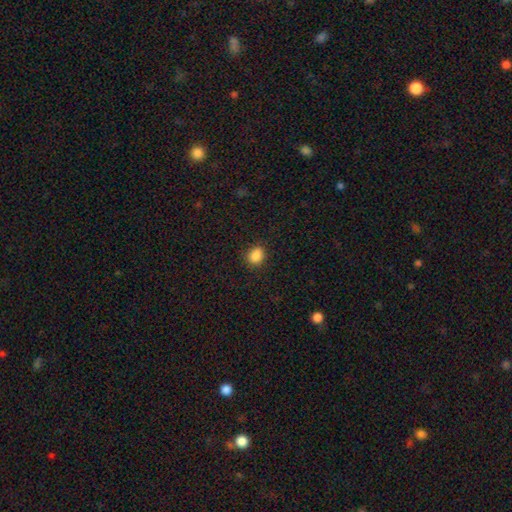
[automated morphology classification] Smooth or featured: smooth — 87% (star or artifact — 10%)
How rounded: in between — 52% (round — 47%)
Merging: none — 85% (minor disturbance — 11%)